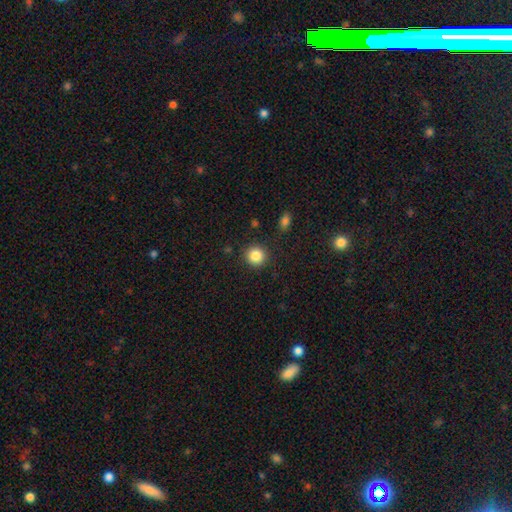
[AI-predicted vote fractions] A smooth galaxy with no disk features (86%) that is round (93%).

Vote fractions:
- Smooth or featured? smooth: 86% / star or artifact: 10% / featured or disk: 5%
- How rounded? round: 93% / in between: 6% / cigar-shaped: 1%
- Merging? none: 90% / minor disturbance: 6% / major disturbance: 2% / merger: 2%